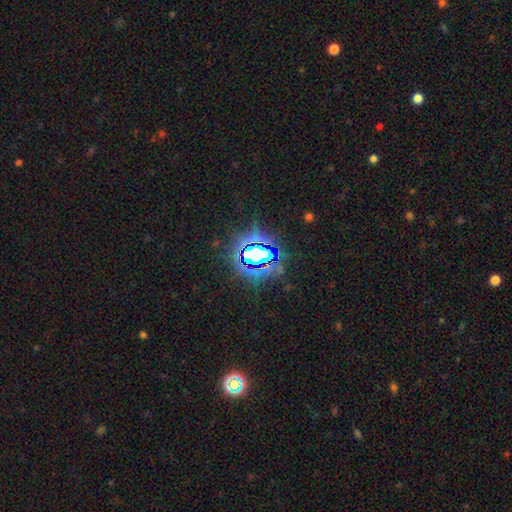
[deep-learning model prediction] This is likely a star or artifact rather than a galaxy (77%).